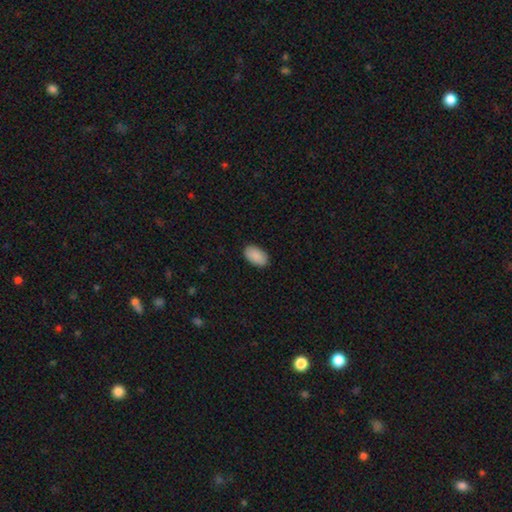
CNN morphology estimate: A smooth galaxy with no disk features (91%) that is in between round and cigar-shaped (95%).

Vote fractions:
- Smooth or featured? smooth: 91% / star or artifact: 6% / featured or disk: 3%
- How rounded? in between: 95% / round: 3% / cigar-shaped: 1%
- Merging? none: 89% / minor disturbance: 8% / major disturbance: 2% / merger: 1%